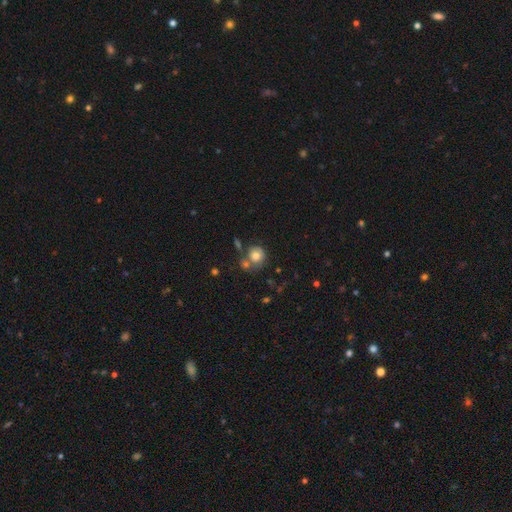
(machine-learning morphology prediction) Smooth or featured? smooth (74%)
How rounded? round (82%)
Merging? none (50%)